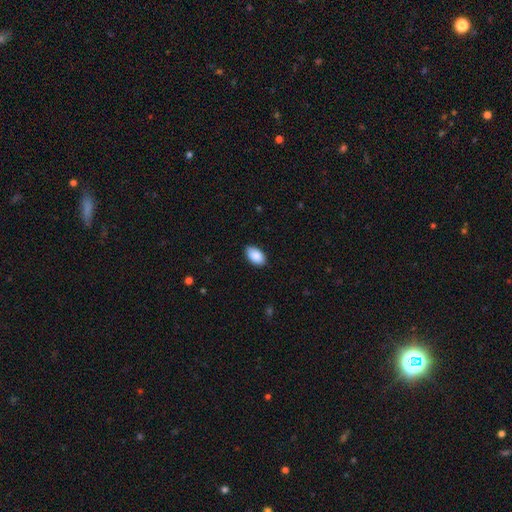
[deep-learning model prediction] Smooth or featured? smooth (89%)
How rounded? in between (94%)
Merging? none (87%)